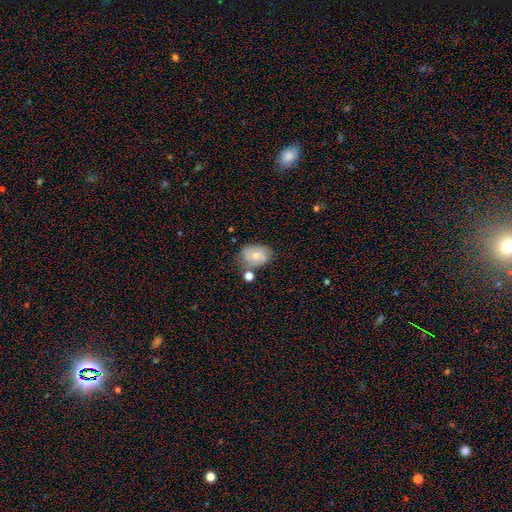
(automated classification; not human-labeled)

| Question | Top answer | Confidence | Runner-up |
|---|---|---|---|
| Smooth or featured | smooth | 58% | featured or disk (33%) |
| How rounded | in between | 67% | round (32%) |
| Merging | none | 58% | minor disturbance (23%) |